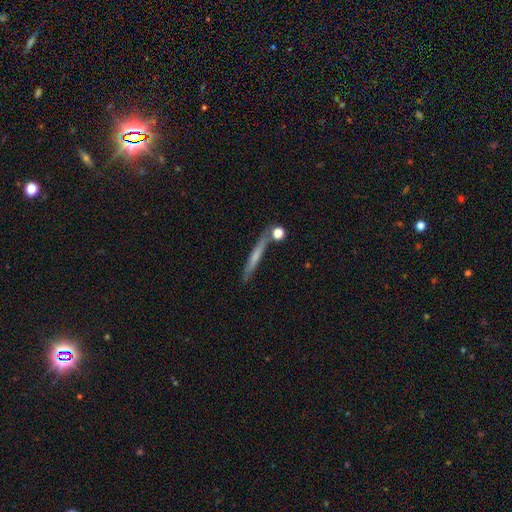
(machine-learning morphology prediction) smooth 53%, featured or disk 39%, star or artifact 8%. Down the decision tree: how rounded — cigar-shaped (92%); merging — none (76%).